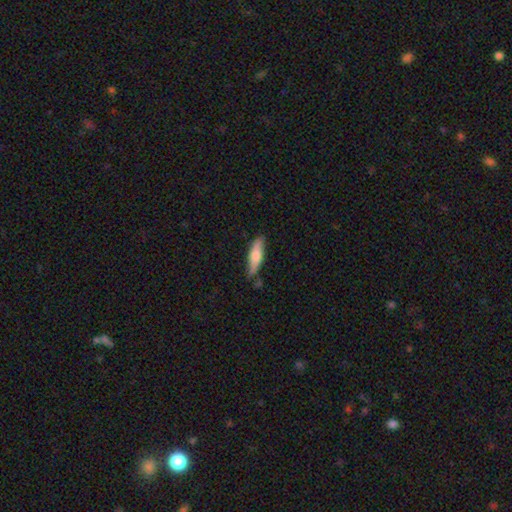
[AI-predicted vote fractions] A smooth galaxy with no disk features (68%) that is cigar-shaped (64%).

Vote fractions:
- Smooth or featured? smooth: 68% / featured or disk: 27% / star or artifact: 6%
- How rounded? cigar-shaped: 64% / in between: 34% / round: 2%
- Merging? none: 72% / minor disturbance: 20% / merger: 4% / major disturbance: 4%